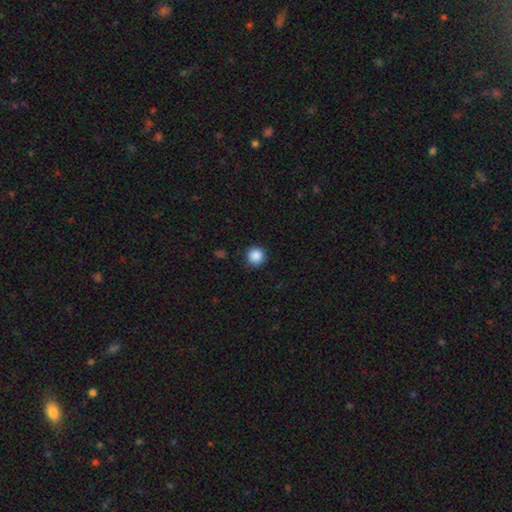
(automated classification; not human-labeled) Smooth or featured? smooth (88%)
How rounded? round (95%)
Merging? none (90%)